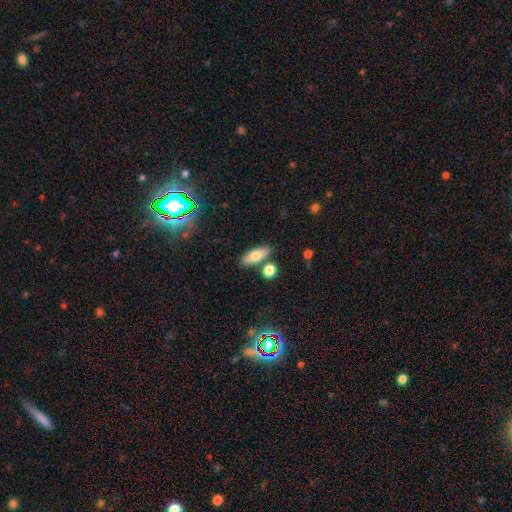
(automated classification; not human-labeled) smooth 74%, featured or disk 19%, star or artifact 8%. Down the decision tree: how rounded — in between (79%); merging — none (78%).